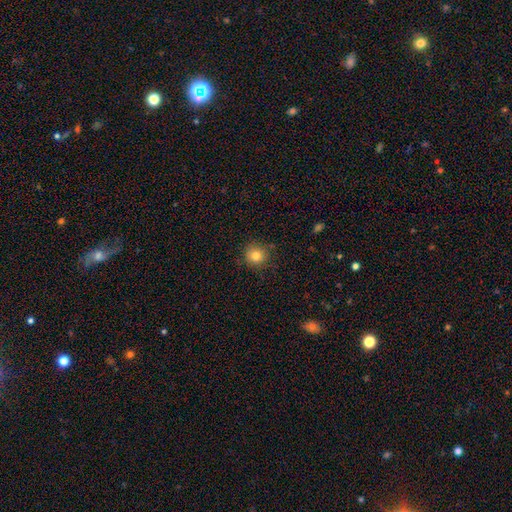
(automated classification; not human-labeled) Smooth or featured? smooth (82%)
How rounded? round (92%)
Merging? none (85%)